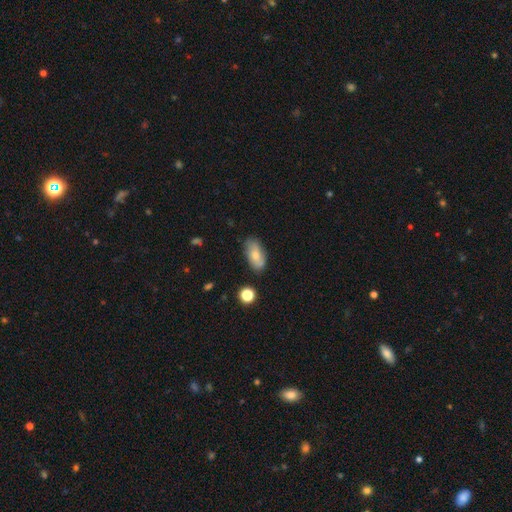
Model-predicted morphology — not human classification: The model was most divided on "smooth or featured": smooth: 61%, featured or disk: 31%, star or artifact: 8%. More confident: how rounded — in between (90%); merging — none (75%).